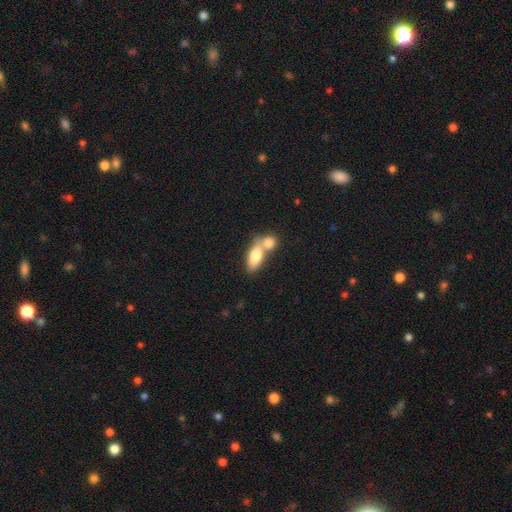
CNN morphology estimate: smooth 76%, featured or disk 17%, star or artifact 7%. Down the decision tree: how rounded — in between (81%); merging — merger (64%).